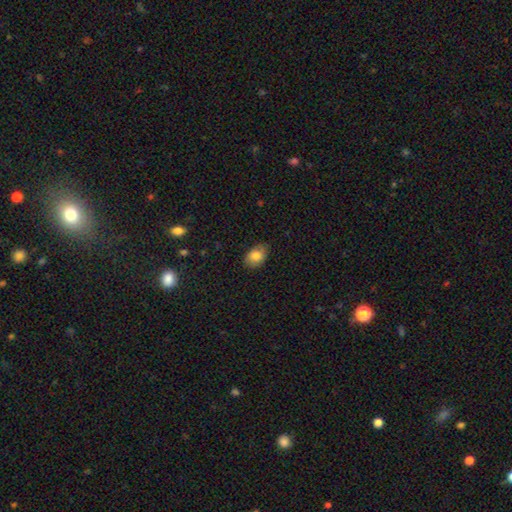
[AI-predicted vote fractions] Morphology: type=smooth (83%); roundness=in between (80%); merging=none (79%).